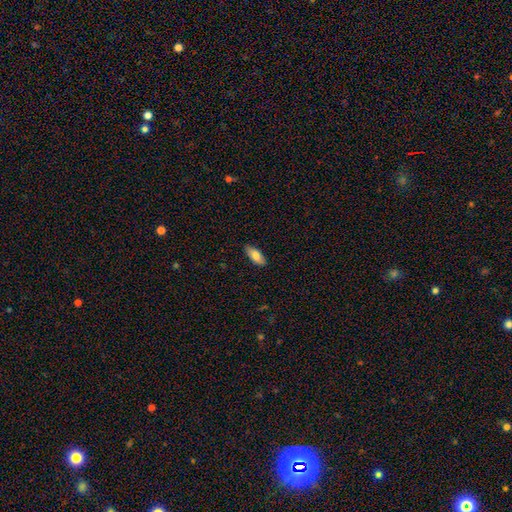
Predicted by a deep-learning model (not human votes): Smooth or featured?
  - smooth: 82% *
  - featured or disk: 12%
  - star or artifact: 6%
How rounded?
  - in between: 80% *
  - cigar-shaped: 18%
  - round: 2%
Merging?
  - none: 87% *
  - minor disturbance: 10%
  - major disturbance: 2%
  - merger: 1%